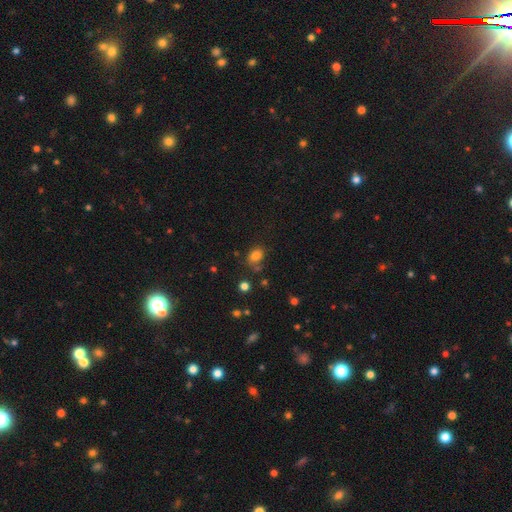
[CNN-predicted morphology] smooth_or_featured: smooth (p=0.79) [alt: star or artifact p=0.15]
how_rounded: in between (p=0.68) [alt: round p=0.31]
merging: none (p=0.66) [alt: minor disturbance p=0.19]